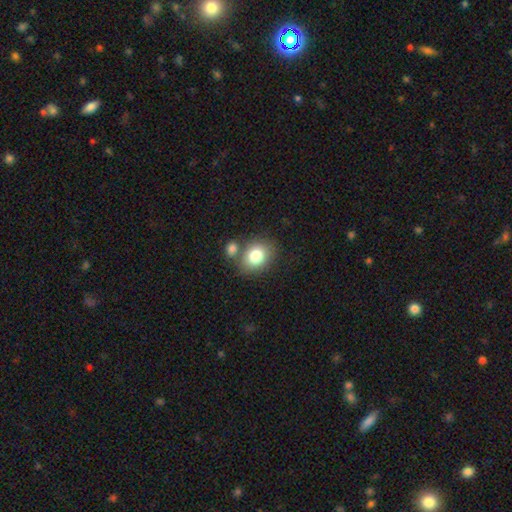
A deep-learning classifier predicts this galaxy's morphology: The model was most divided on "how rounded": round: 55%, in between: 44%, cigar-shaped: 1%. More confident: smooth or featured — smooth (80%); merging — none (62%).